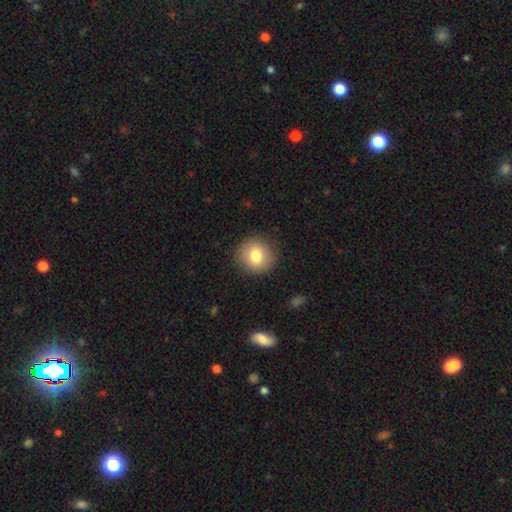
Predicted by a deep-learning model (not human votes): Smooth or featured? smooth (79%)
How rounded? round (86%)
Merging? none (89%)